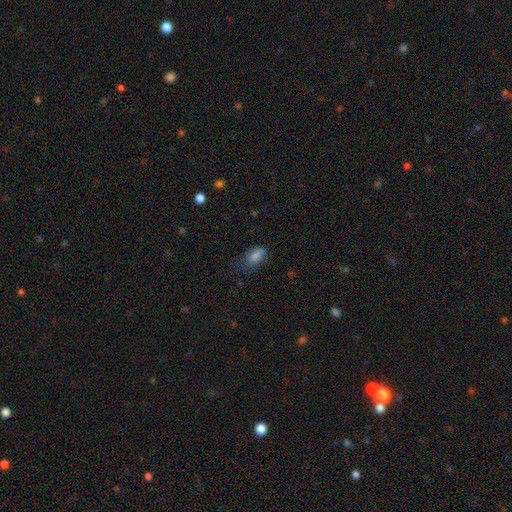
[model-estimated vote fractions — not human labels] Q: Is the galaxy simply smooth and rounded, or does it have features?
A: smooth — 79%.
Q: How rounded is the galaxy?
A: in between — 86%.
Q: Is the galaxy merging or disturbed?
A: none — 61%.